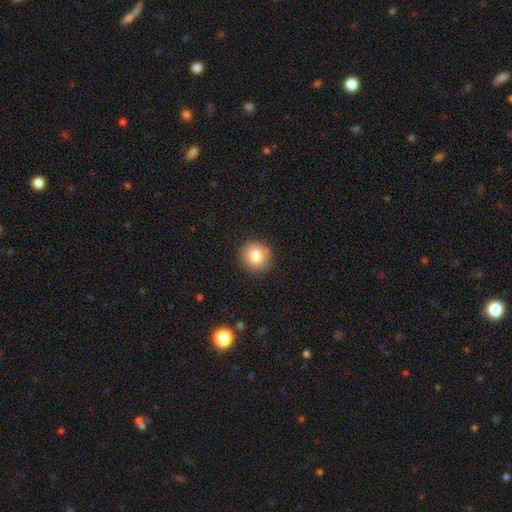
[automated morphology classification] Smooth or featured? Predicted: smooth (p=0.81). How rounded? Predicted: round (p=0.91). Merging? Predicted: none (p=0.89).